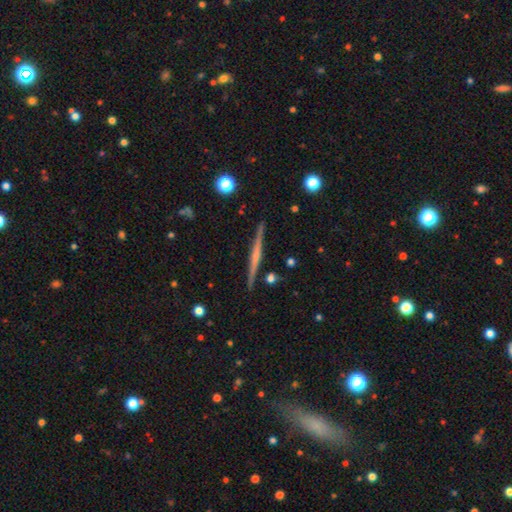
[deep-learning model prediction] This appears to be a featured or disk galaxy (70%) viewed edge-on (98%) with no central bulge (47%). Merging: none (91%).